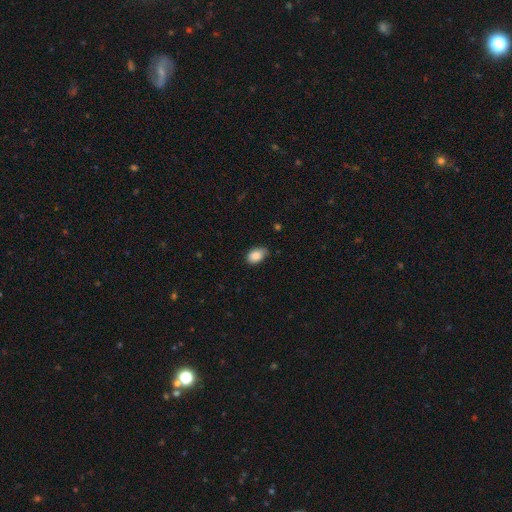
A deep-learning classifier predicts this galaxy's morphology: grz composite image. It shows a smooth galaxy with no disk features (86%) that is in between round and cigar-shaped (85%). Merging: none (67%).